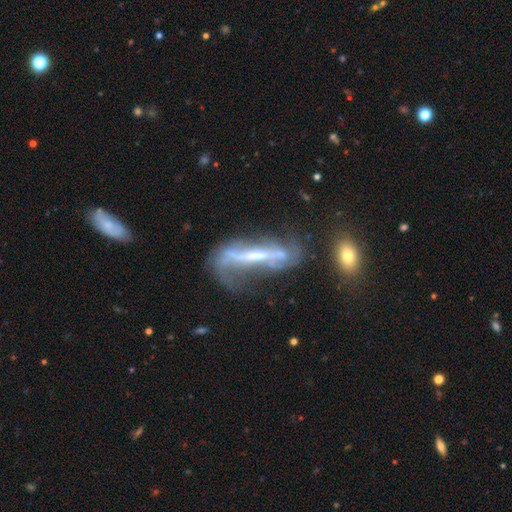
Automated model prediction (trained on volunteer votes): Smooth or featured? Predicted: featured or disk (p=0.71). Edge-on disk? Predicted: no (p=0.60). Merging? Predicted: none (p=0.33).